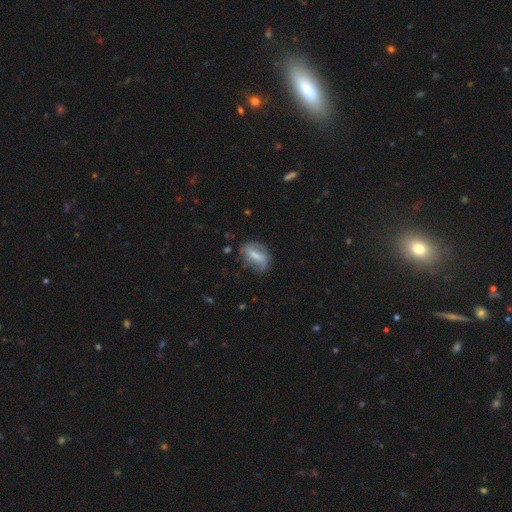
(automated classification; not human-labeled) Q: Smooth or featured?
A: featured or disk (49%); runner-up: smooth (42%)
Q: Merging?
A: none (61%); runner-up: minor disturbance (26%)